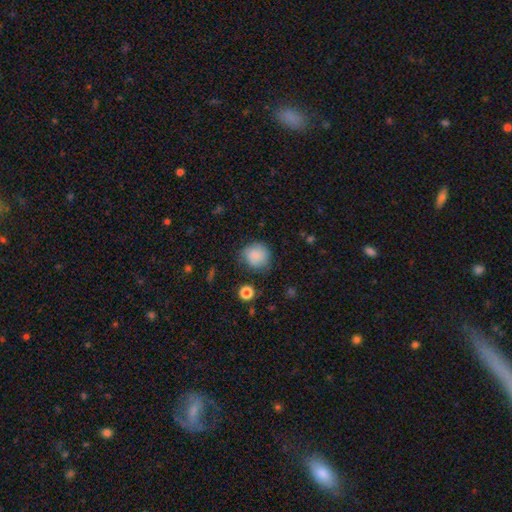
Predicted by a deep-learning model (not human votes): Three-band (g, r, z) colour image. It shows a smooth galaxy with no disk features (83%) that is round (87%). Merging: none (71%).